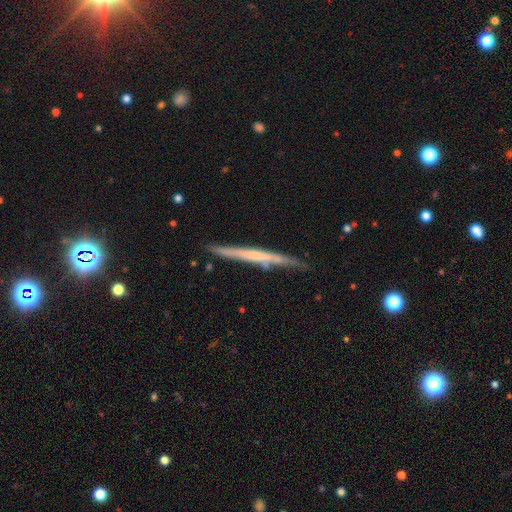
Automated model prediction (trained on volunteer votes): A featured or disk galaxy (59%) viewed edge-on (96%) with no central bulge (78%).

Vote fractions:
- Smooth or featured? featured or disk: 59% / smooth: 35% / star or artifact: 6%
- Edge-on disk? yes: 96% / no: 4%
- Edge-on bulge? none: 78% / rounded: 14% / boxy: 8%
- Merging? none: 81% / minor disturbance: 15% / merger: 2% / major disturbance: 2%